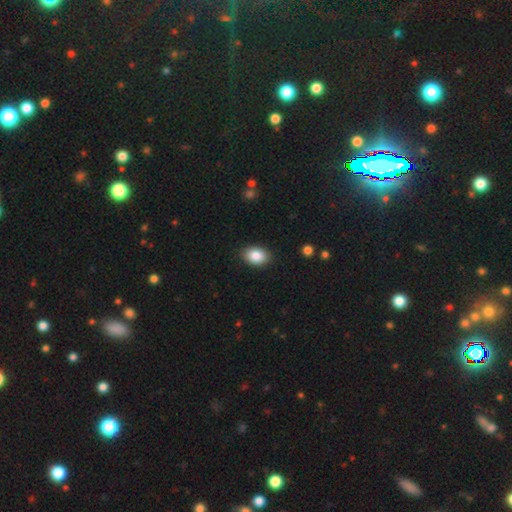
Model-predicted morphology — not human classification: smooth_or_featured: smooth (p=0.86) [alt: star or artifact p=0.07]
how_rounded: in between (p=0.83) [alt: round p=0.16]
merging: none (p=0.88) [alt: minor disturbance p=0.09]